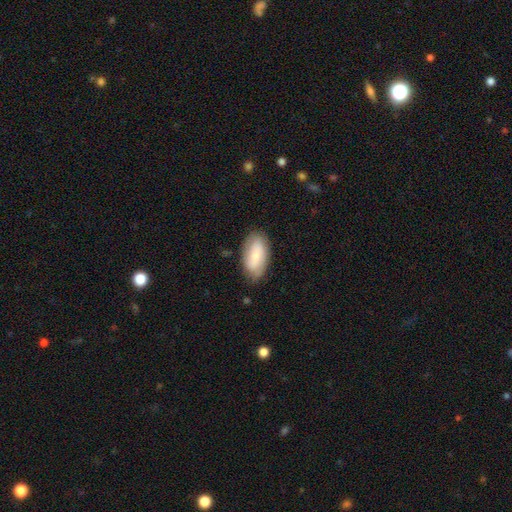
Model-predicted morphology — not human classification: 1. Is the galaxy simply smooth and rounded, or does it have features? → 70% smooth, 23% featured or disk, 6% star or artifact.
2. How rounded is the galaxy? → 93% in between, 4% cigar-shaped, 3% round.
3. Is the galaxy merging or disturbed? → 76% none, 19% minor disturbance, 4% major disturbance, 1% merger.